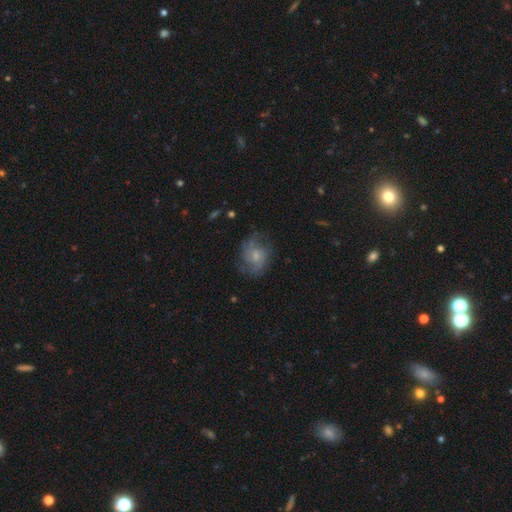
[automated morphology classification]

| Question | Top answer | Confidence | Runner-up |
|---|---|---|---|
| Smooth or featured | featured or disk | 54% | smooth (37%) |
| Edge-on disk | no | 97% | yes (3%) |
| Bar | no | 68% | weak (29%) |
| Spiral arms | yes | 79% | no (21%) |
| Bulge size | small | 52% | moderate (34%) |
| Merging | none | 60% | minor disturbance (24%) |